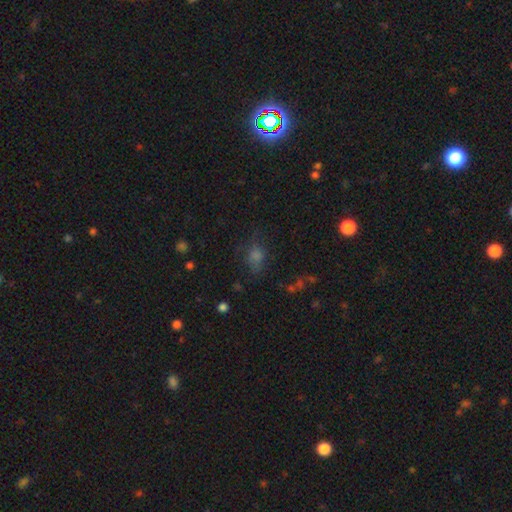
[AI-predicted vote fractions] Q: Smooth or featured?
A: smooth (58%); runner-up: star or artifact (30%)
Q: How rounded?
A: in between (56%); runner-up: round (41%)
Q: Merging?
A: none (64%); runner-up: minor disturbance (20%)